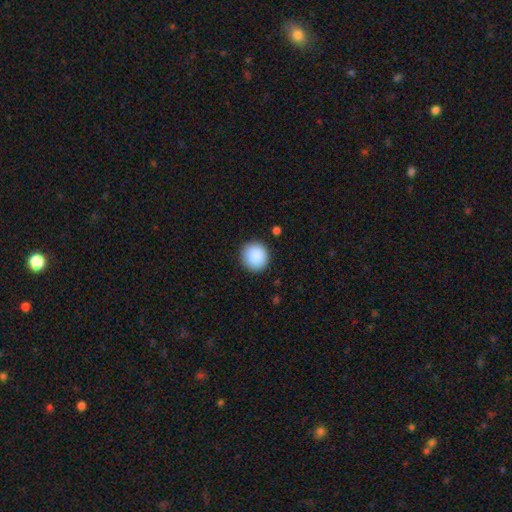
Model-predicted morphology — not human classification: A smooth galaxy with no disk features (90%) that is round (91%).

Vote fractions:
- Smooth or featured? smooth: 90% / star or artifact: 7% / featured or disk: 3%
- How rounded? round: 91% / in between: 8% / cigar-shaped: 1%
- Merging? none: 90% / minor disturbance: 7% / major disturbance: 2% / merger: 1%